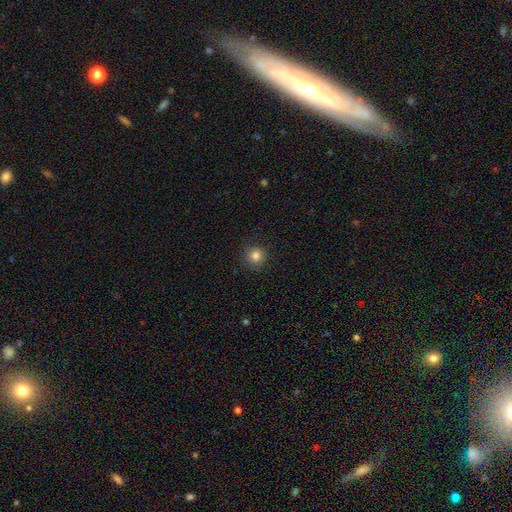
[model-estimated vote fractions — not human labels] This is clearly a smooth galaxy (83%). How rounded: clearly round (94%). Merging: clearly none (90%).